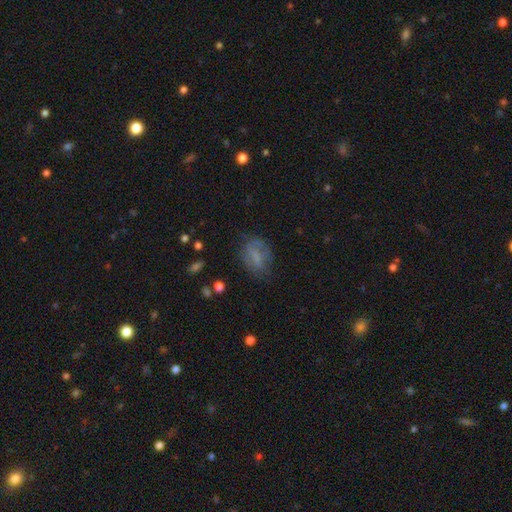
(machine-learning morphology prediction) type=smooth (56%); roundness=in between (77%); merging=none (57%).